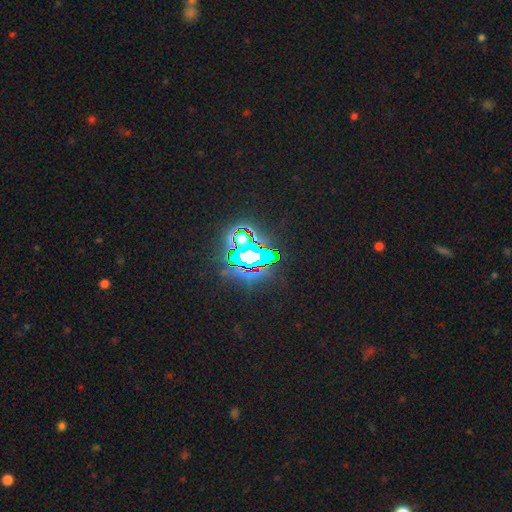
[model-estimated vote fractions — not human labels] smooth-or-featured: star or artifact: 81% | smooth: 10% | featured or disk: 9%